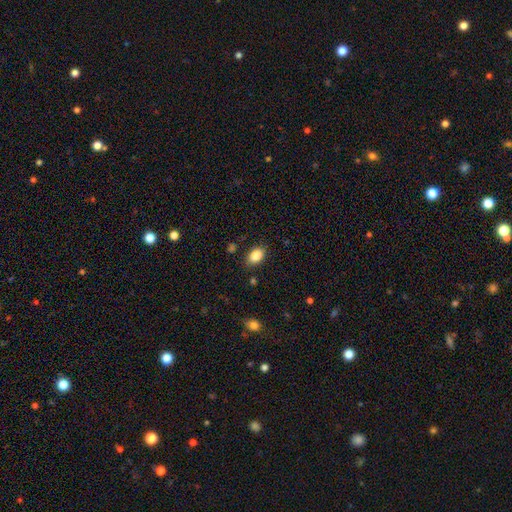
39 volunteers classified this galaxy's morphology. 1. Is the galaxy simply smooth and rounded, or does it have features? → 87% smooth, 10% star or artifact, 3% featured or disk.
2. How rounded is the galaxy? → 94% in between, 6% round, 0% cigar-shaped.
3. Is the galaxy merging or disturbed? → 89% none, 11% minor disturbance, 0% major disturbance, 0% merger.